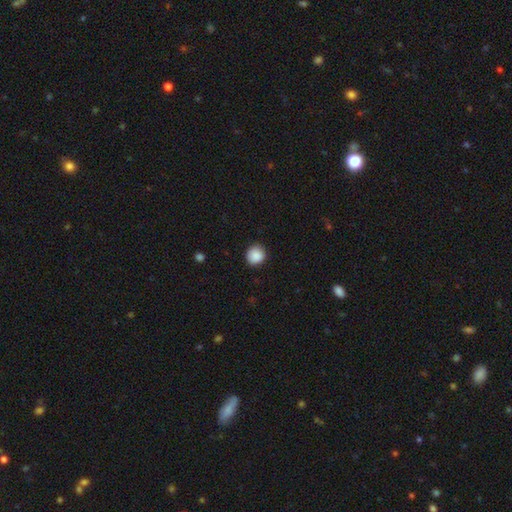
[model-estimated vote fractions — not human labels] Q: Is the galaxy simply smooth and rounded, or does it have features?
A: smooth — 89%.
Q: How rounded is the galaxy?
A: round — 89%.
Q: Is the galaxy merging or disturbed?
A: none — 86%.